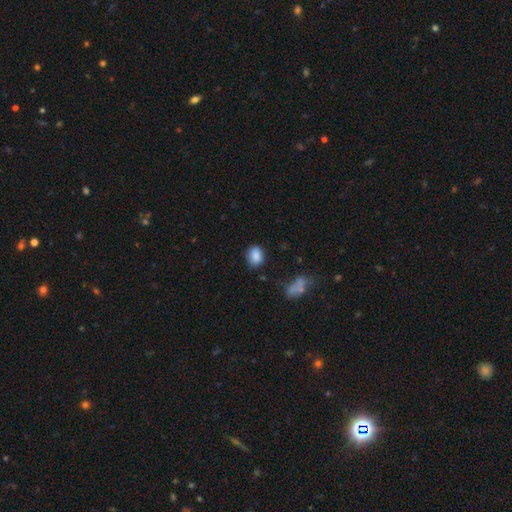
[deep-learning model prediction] A smooth galaxy with no disk features (87%) that is in between round and cigar-shaped (58%). Merging: none (77%).